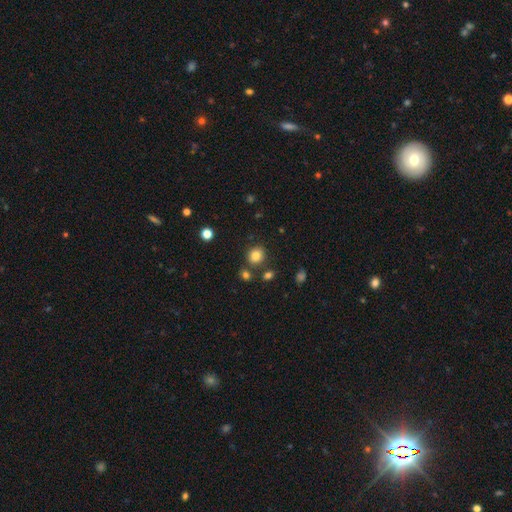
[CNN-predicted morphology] Q: Smooth or featured?
A: smooth (82%); runner-up: star or artifact (12%)
Q: How rounded?
A: round (79%); runner-up: in between (20%)
Q: Merging?
A: none (80%); runner-up: minor disturbance (9%)